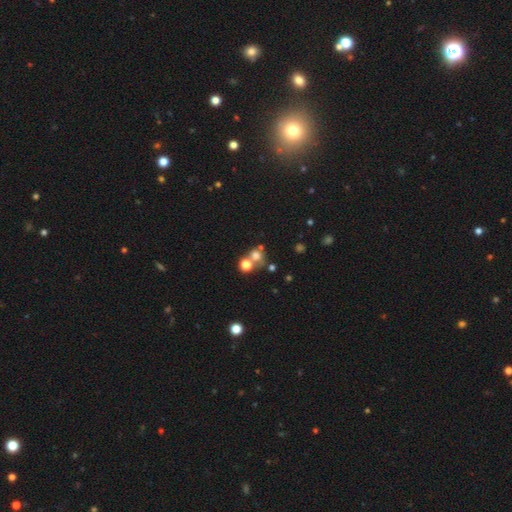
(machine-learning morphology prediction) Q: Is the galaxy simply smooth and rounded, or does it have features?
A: smooth — 67%.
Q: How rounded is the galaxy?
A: round — 80%.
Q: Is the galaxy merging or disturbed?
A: merger — 45%.